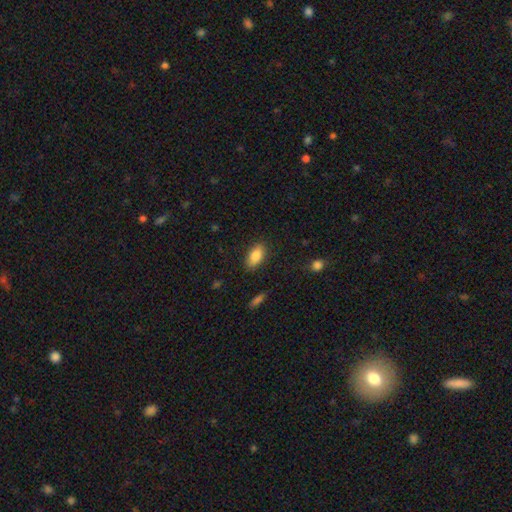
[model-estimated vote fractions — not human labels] This appears to be a smooth galaxy with no disk features (86%) that is in between round and cigar-shaped (90%). Merging: none (84%).